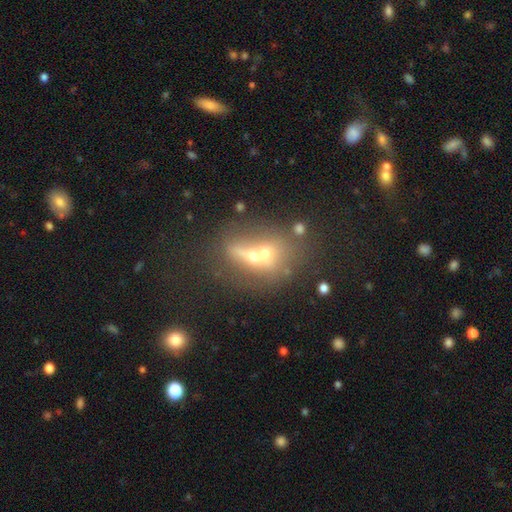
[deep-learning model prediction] A smooth galaxy with no disk features (45%). Merging: merger (54%).